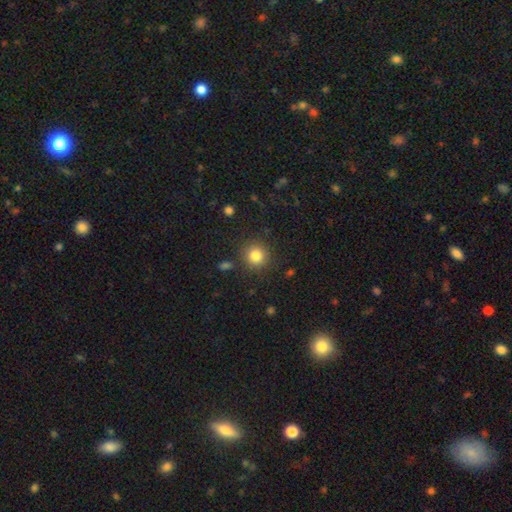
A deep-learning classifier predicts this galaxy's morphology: smooth_or_featured: smooth (p=0.83) [alt: star or artifact p=0.11]
how_rounded: round (p=0.92) [alt: in between p=0.07]
merging: none (p=0.87) [alt: minor disturbance p=0.07]